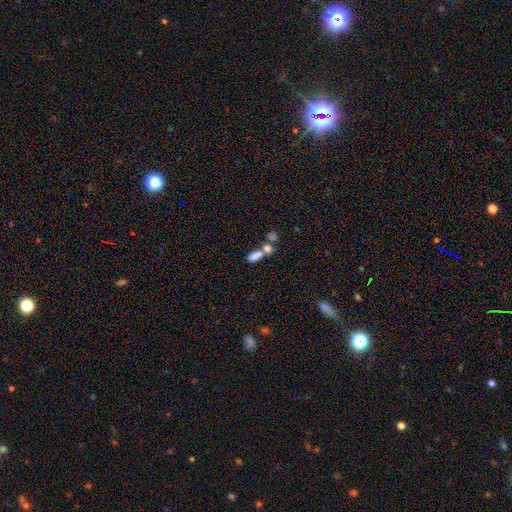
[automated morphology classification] Q: Smooth or featured?
A: smooth (75%); runner-up: featured or disk (14%)
Q: How rounded?
A: in between (73%); runner-up: cigar-shaped (18%)
Q: Merging?
A: merger (57%); runner-up: none (28%)